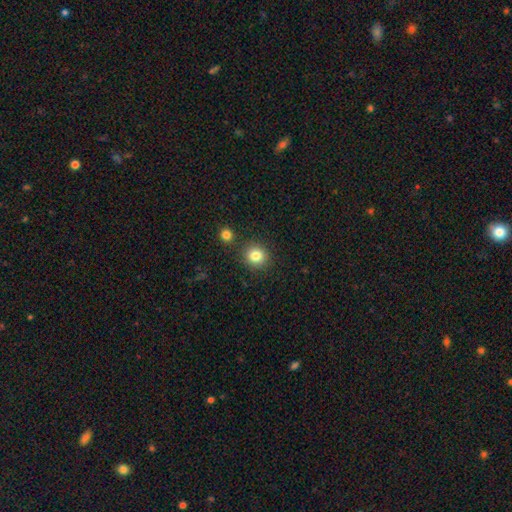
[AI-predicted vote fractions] smooth-or-featured: smooth: 83% | star or artifact: 11% | featured or disk: 6%
  how-rounded: round: 87% | in between: 12% | cigar-shaped: 1%
  merging: none: 85% | minor disturbance: 7% | merger: 5% | major disturbance: 2%